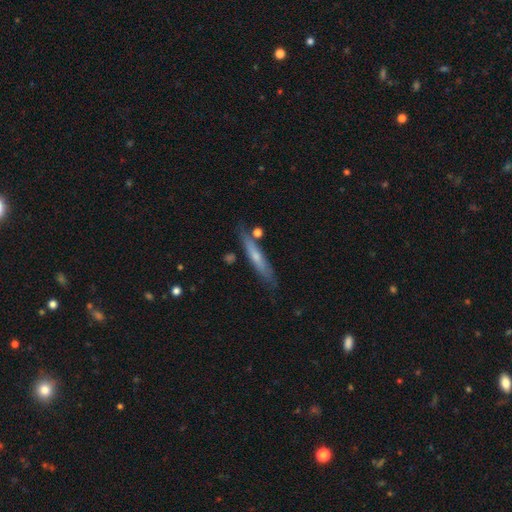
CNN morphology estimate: Smooth or featured? featured or disk (49%)
Merging? none (78%)